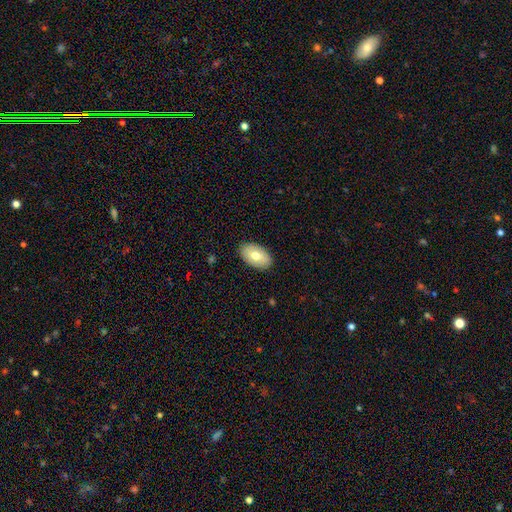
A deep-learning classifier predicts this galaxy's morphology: Overall: smooth (72%). How rounded: in between (94%). Merging: none (89%).